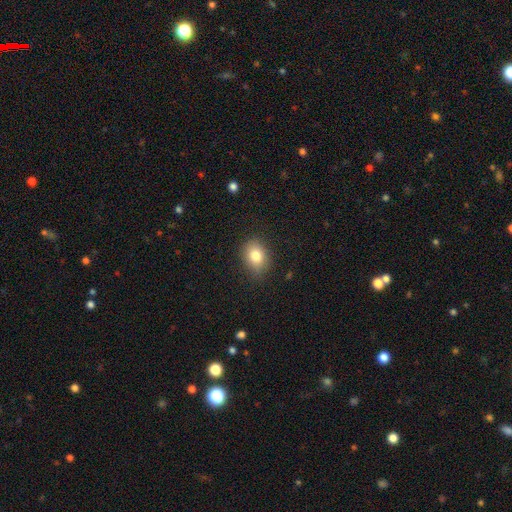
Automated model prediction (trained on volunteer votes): A smooth galaxy with no disk features (81%) that is in between round and cigar-shaped (61%).

Vote fractions:
- Smooth or featured? smooth: 81% / star or artifact: 10% / featured or disk: 9%
- How rounded? in between: 61% / round: 38% / cigar-shaped: 1%
- Merging? none: 83% / minor disturbance: 12% / major disturbance: 3% / merger: 1%